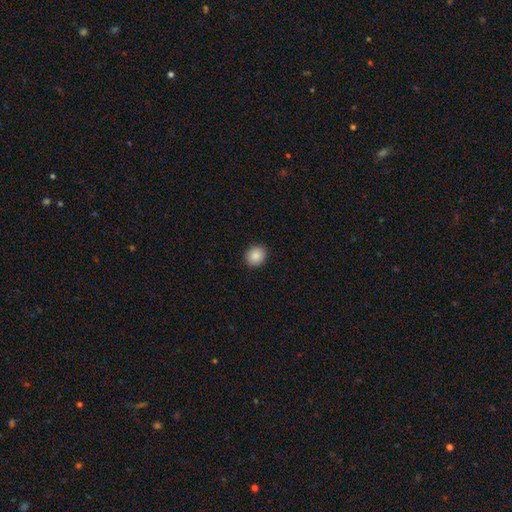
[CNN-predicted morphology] Smooth or featured?
  - smooth: 88% *
  - star or artifact: 8%
  - featured or disk: 4%
How rounded?
  - round: 80% *
  - in between: 19%
  - cigar-shaped: 1%
Merging?
  - none: 91% *
  - minor disturbance: 6%
  - major disturbance: 2%
  - merger: 1%